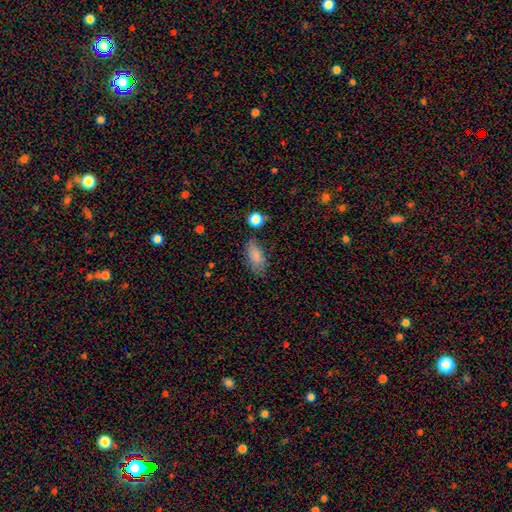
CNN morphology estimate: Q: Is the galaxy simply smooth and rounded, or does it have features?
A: smooth — 83%.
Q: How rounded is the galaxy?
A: in between — 89%.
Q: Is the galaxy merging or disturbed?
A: none — 70%.